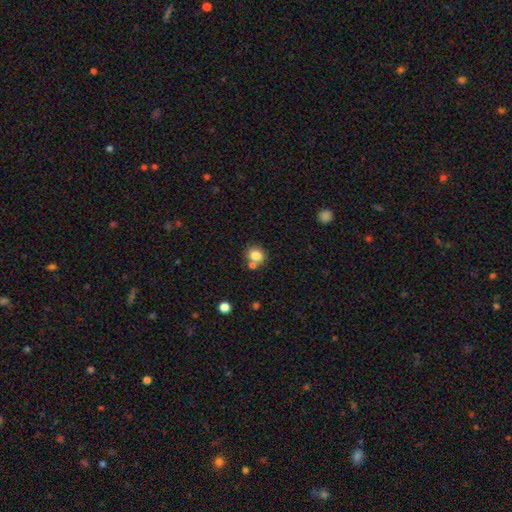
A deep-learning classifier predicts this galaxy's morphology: smooth-or-featured: smooth: 82% | star or artifact: 11% | featured or disk: 8%
  how-rounded: round: 77% | in between: 22% | cigar-shaped: 1%
  merging: none: 62% | merger: 24% | minor disturbance: 10% | major disturbance: 3%